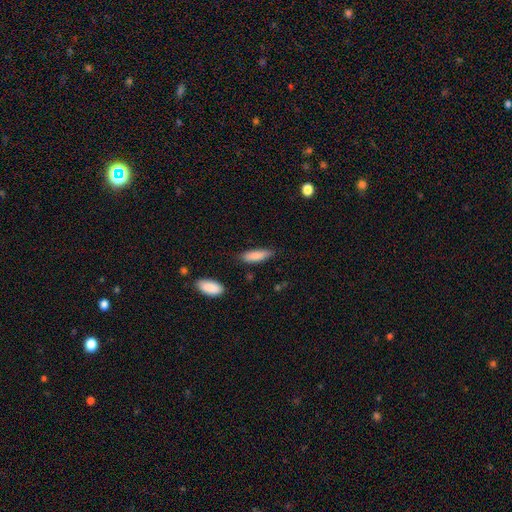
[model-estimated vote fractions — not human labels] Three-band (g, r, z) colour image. It shows a smooth galaxy with no disk features (85%) that is cigar-shaped (50%). Merging: none (76%).